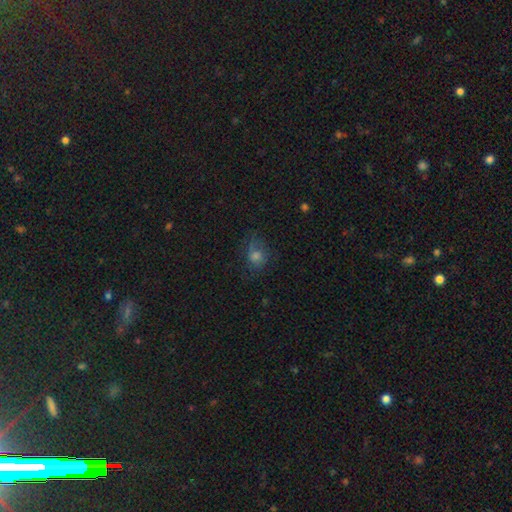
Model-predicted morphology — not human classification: Q: Smooth or featured?
A: smooth (58%); runner-up: star or artifact (22%)
Q: How rounded?
A: round (64%); runner-up: in between (35%)
Q: Merging?
A: none (59%); runner-up: minor disturbance (23%)